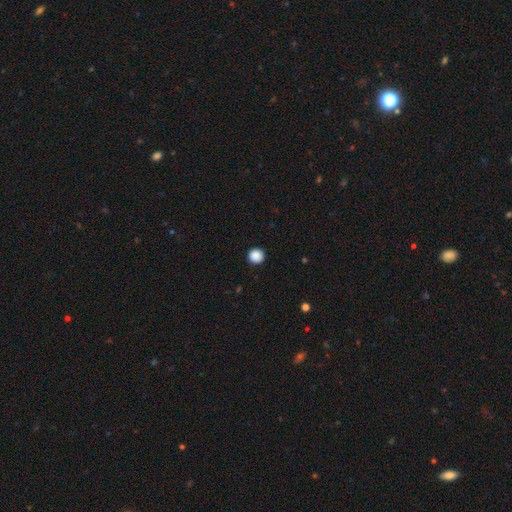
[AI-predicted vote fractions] A smooth galaxy with no disk features (88%) that is round (95%). Merging: none (93%).